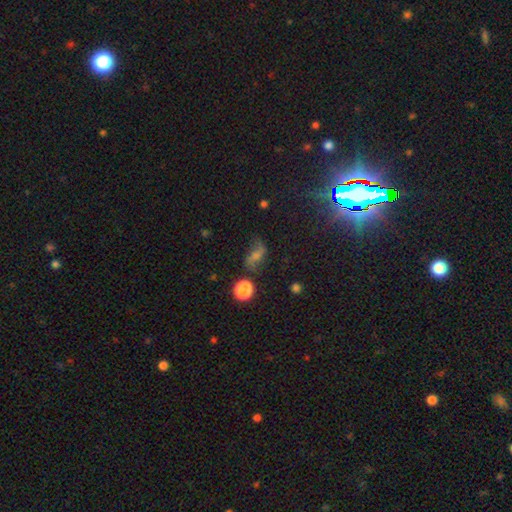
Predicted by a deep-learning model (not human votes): Morphology: type=featured or disk (45%); merging=none (60%).